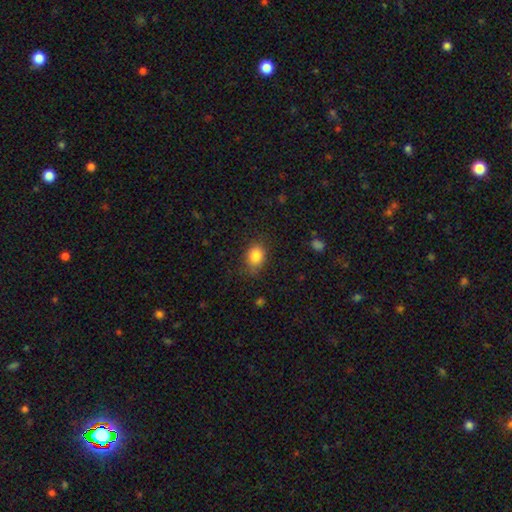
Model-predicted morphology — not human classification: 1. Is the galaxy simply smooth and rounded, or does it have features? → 85% smooth, 9% star or artifact, 6% featured or disk.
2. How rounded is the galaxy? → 61% in between, 37% round, 1% cigar-shaped.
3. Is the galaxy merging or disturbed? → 74% none, 19% minor disturbance, 5% major disturbance, 1% merger.